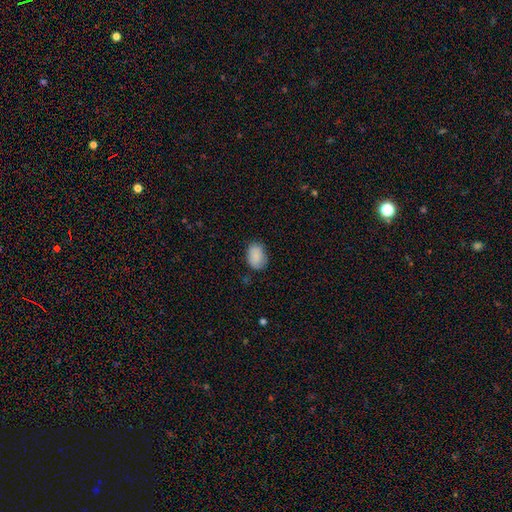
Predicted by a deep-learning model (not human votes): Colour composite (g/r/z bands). It shows a smooth galaxy with no disk features (88%) that is in between round and cigar-shaped (78%). Merging: none (76%).